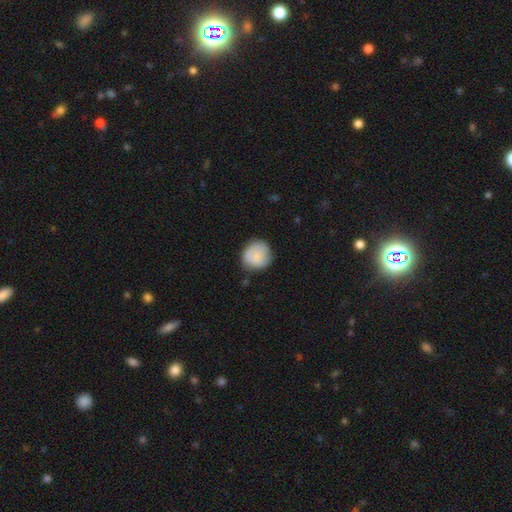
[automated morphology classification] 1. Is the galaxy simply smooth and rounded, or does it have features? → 83% smooth, 10% featured or disk, 7% star or artifact.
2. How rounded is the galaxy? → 88% round, 11% in between, 1% cigar-shaped.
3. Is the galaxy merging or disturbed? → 74% none, 19% minor disturbance, 4% major disturbance, 2% merger.